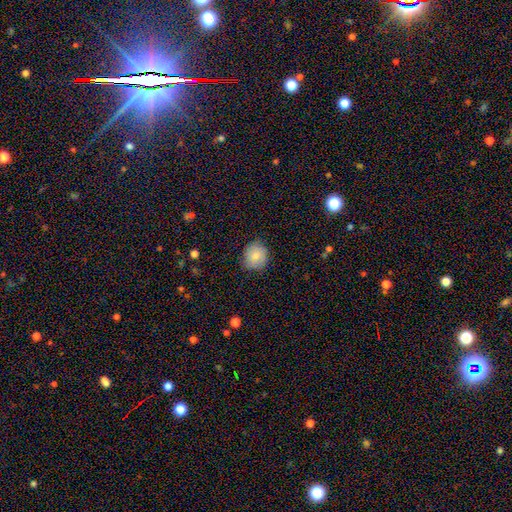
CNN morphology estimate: A smooth galaxy with no disk features (79%) that is round (84%). Merging: none (79%).